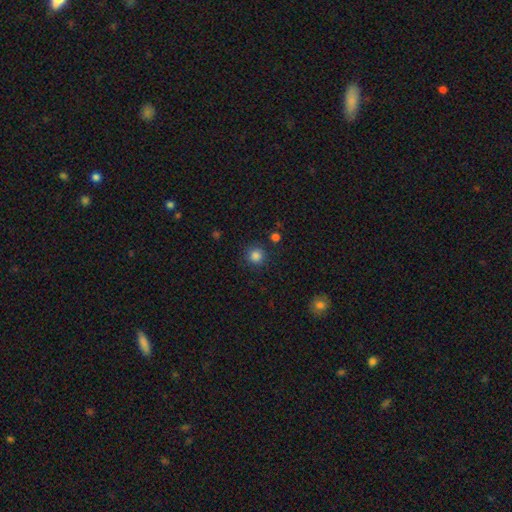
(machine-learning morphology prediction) Overall: smooth (84%). How rounded: round (94%). Merging: none (88%).